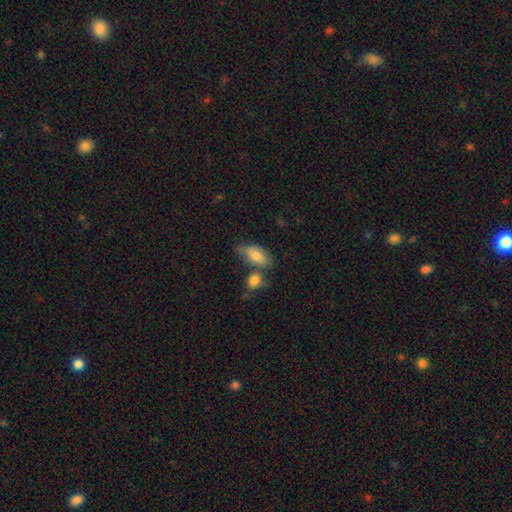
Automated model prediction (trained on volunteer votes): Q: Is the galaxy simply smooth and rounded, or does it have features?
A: smooth — 72%.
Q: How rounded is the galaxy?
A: in between — 87%.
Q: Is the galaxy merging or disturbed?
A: none — 46%.